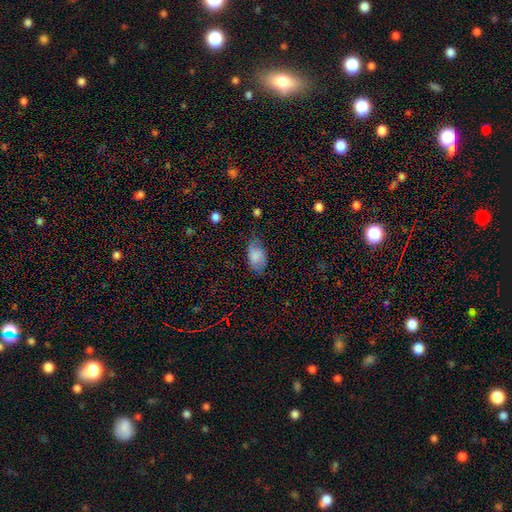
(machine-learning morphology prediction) This is likely a smooth galaxy (78%). How rounded: clearly in between (92%). Merging: possibly none (58%).